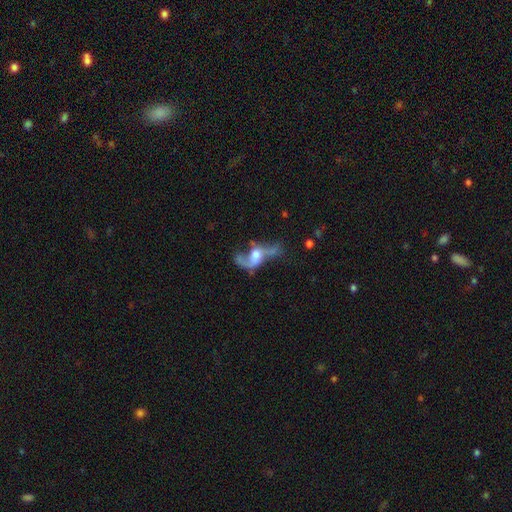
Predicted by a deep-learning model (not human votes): This appears to be a featured or disk galaxy (66%) with no bar (60%), spiral arms (70%) and a moderate central bulge (48%). Merging: major disturbance (42%).